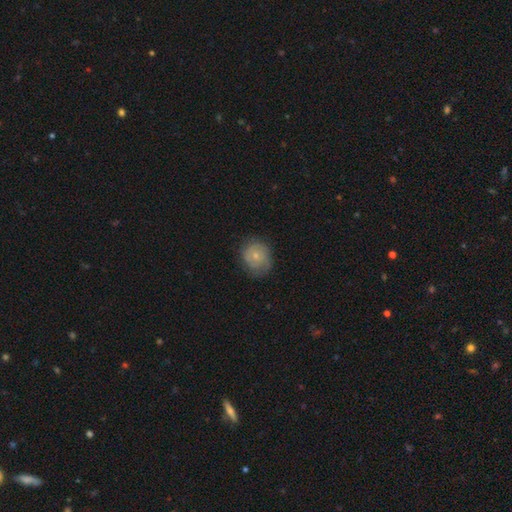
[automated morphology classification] smooth 53%, featured or disk 39%, star or artifact 7%. Down the decision tree: how rounded — round (79%); merging — none (71%).